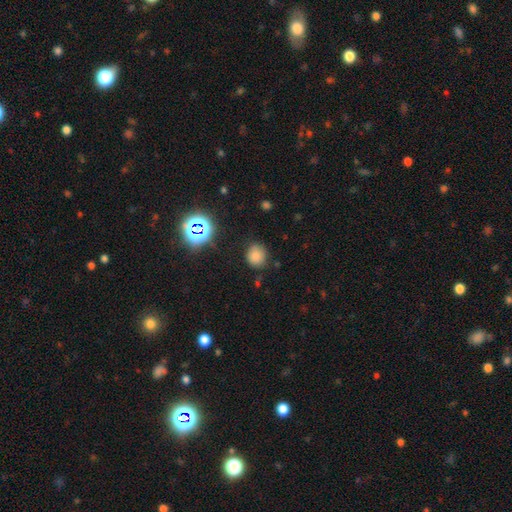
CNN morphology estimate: A smooth galaxy with no disk features (76%) that is round (76%).

Vote fractions:
- Smooth or featured? smooth: 76% / star or artifact: 17% / featured or disk: 7%
- How rounded? round: 76% / in between: 23% / cigar-shaped: 1%
- Merging? none: 78% / minor disturbance: 16% / major disturbance: 4% / merger: 2%